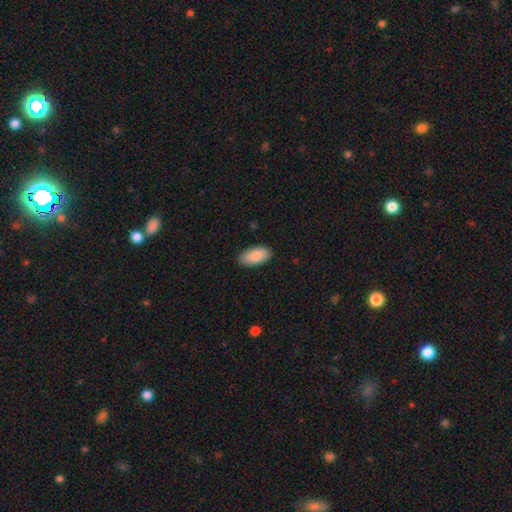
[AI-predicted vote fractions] Smooth or featured? smooth (89%)
How rounded? in between (94%)
Merging? none (88%)